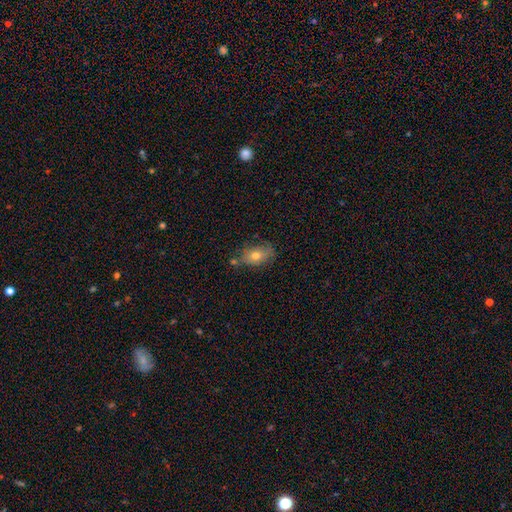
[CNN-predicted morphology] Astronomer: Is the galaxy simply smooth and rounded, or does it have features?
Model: smooth — 71%.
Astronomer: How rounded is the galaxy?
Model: in between — 83%.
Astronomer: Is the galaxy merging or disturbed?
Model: none — 63%.